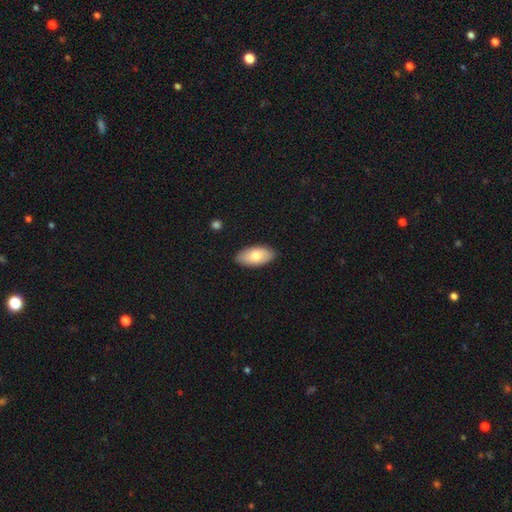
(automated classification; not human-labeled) Overall: smooth (75%). How rounded: in between (93%). Merging: none (88%).